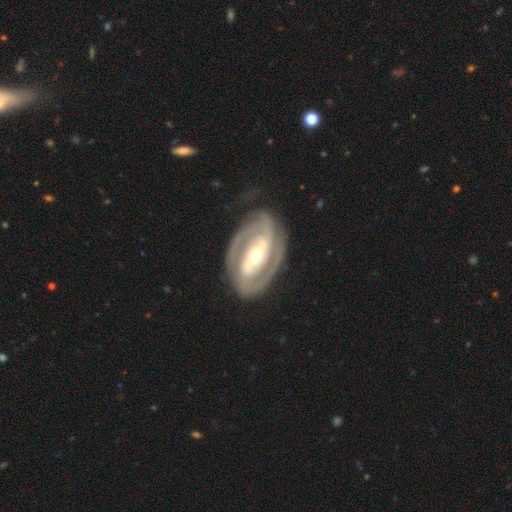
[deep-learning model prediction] Morphology: type=featured or disk (87%); edge-on=no (95%); bar=strong (57%); spiral arms=yes (90%); winding=tight (61%); arm count=2 (79%); bulge=moderate (53%); merging=none (75%).